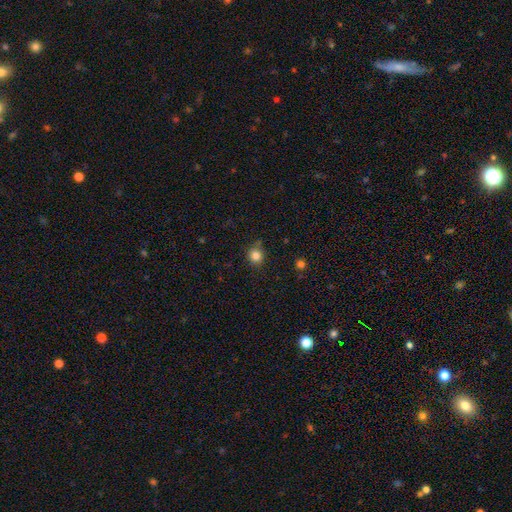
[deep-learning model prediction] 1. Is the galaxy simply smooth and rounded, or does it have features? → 83% smooth, 12% star or artifact, 5% featured or disk.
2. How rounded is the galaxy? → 89% round, 10% in between, 1% cigar-shaped.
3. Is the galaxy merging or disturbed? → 80% none, 13% minor disturbance, 3% merger, 3% major disturbance.